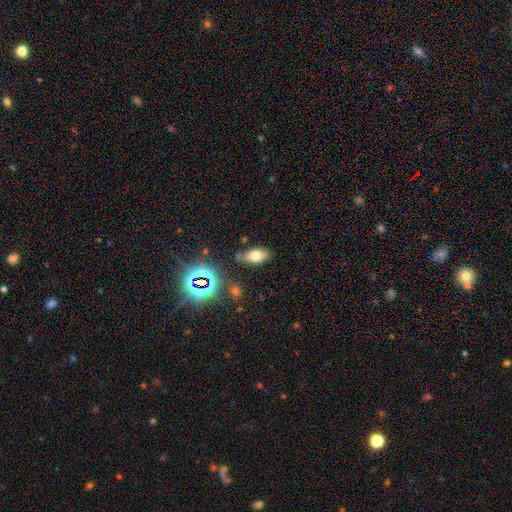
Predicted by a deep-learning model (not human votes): This is likely a smooth galaxy (69%). How rounded: clearly in between (88%). Merging: likely none (74%).